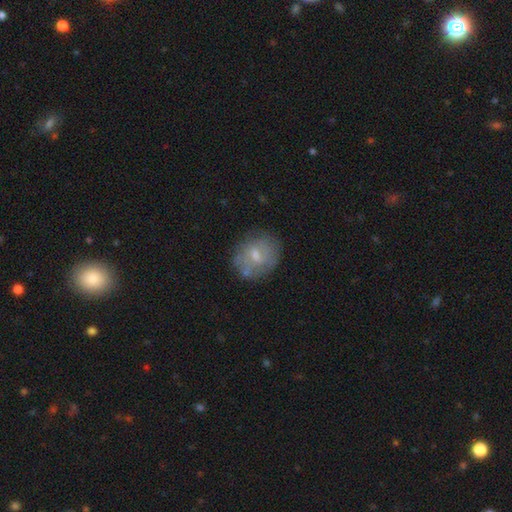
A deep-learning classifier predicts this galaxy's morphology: smooth 48%, featured or disk 43%, star or artifact 9%. Down the decision tree: merging — none (68%).